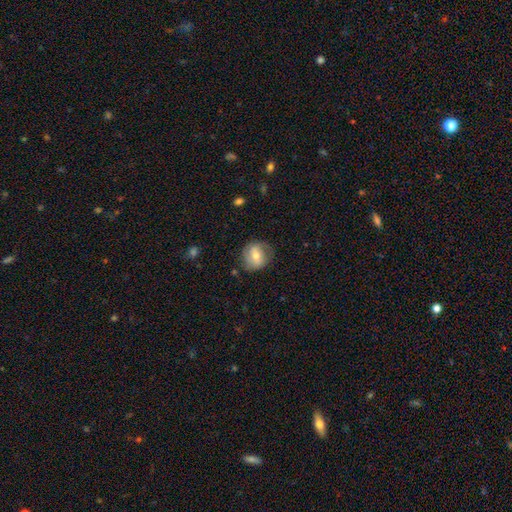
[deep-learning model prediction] smooth_or_featured: smooth (p=0.52) [alt: featured or disk p=0.40]
how_rounded: round (p=0.77) [alt: in between p=0.22]
merging: none (p=0.70) [alt: minor disturbance p=0.21]